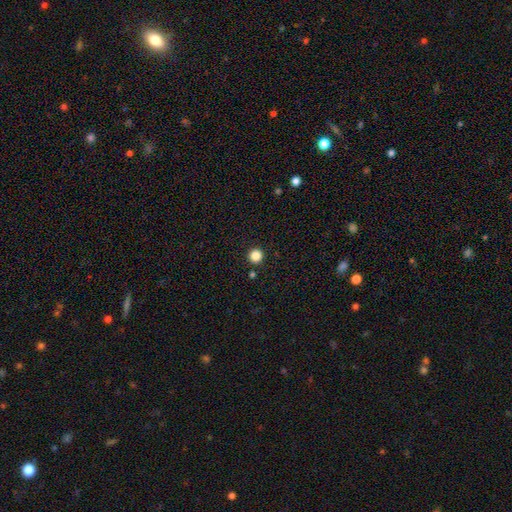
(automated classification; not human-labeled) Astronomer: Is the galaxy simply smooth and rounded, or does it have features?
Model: smooth — 85%.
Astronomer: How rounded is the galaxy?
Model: round — 96%.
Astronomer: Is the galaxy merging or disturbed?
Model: none — 92%.